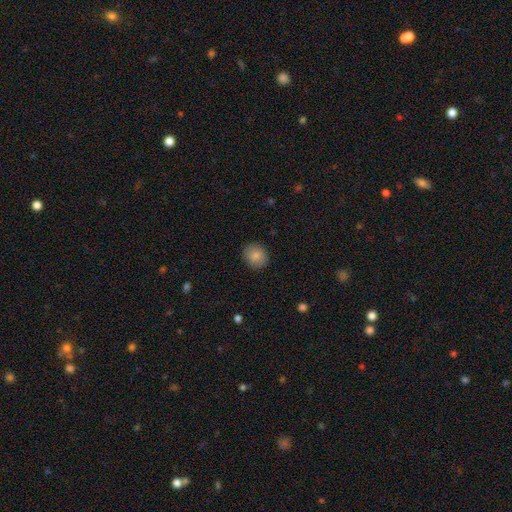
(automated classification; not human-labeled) smooth-or-featured: smooth: 84% | star or artifact: 9% | featured or disk: 7%
  how-rounded: round: 72% | in between: 27% | cigar-shaped: 1%
  merging: none: 88% | minor disturbance: 8% | major disturbance: 2% | merger: 1%